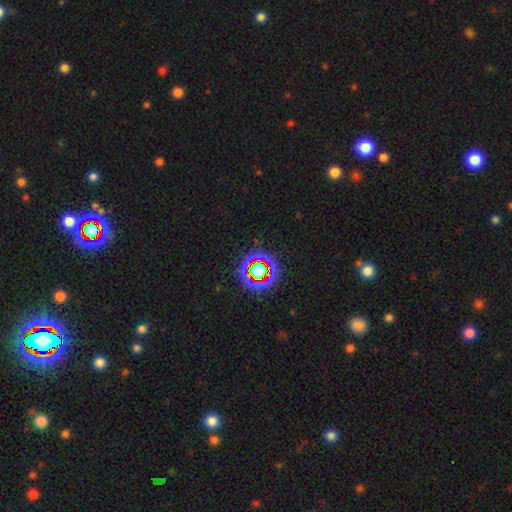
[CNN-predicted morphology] Overall: star or artifact (75%).